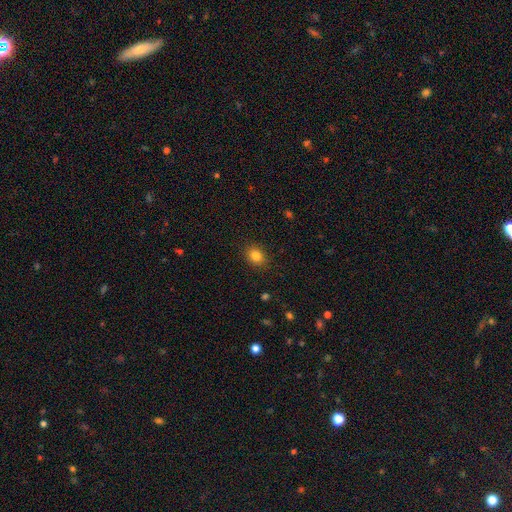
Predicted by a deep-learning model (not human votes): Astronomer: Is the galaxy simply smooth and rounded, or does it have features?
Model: smooth — 83%.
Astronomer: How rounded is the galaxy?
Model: round — 54% (runner-up: in between, 45%).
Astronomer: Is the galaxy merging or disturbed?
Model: none — 88%.